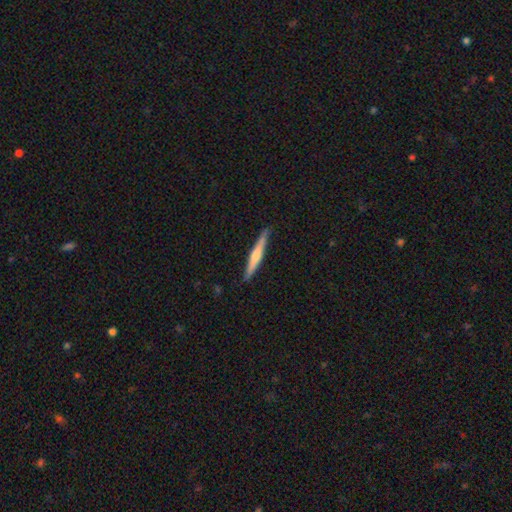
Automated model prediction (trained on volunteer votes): Smooth or featured: featured or disk — 56% (smooth — 38%)
Edge-on disk: yes — 97% (no — 3%)
Edge-on bulge: rounded — 68% (none — 21%)
Merging: none — 90% (minor disturbance — 8%)